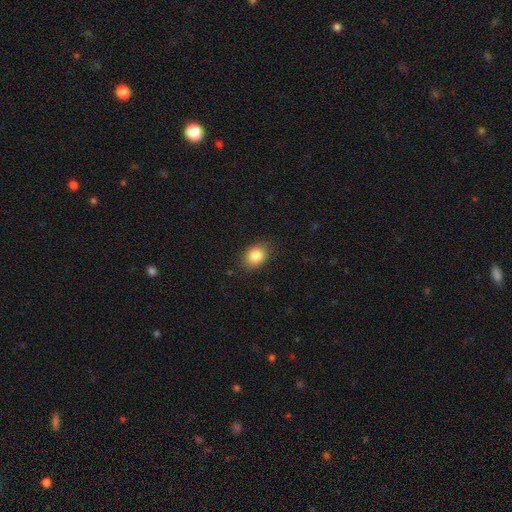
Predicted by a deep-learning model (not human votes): smooth_or_featured: smooth (p=0.84) [alt: star or artifact p=0.09]
how_rounded: in between (p=0.64) [alt: round p=0.35]
merging: none (p=0.83) [alt: minor disturbance p=0.13]